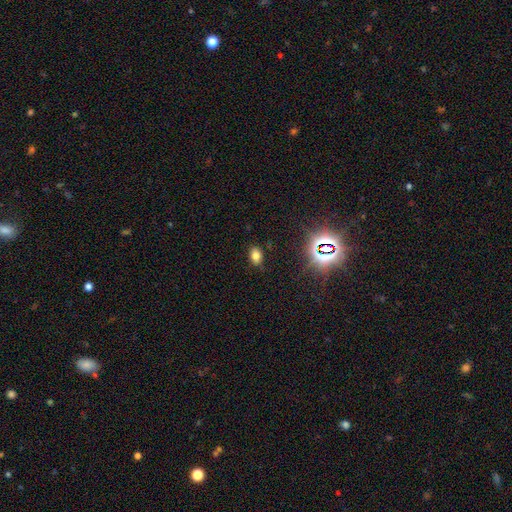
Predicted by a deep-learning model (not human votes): Smooth or featured? smooth (72%)
How rounded? in between (82%)
Merging? none (83%)